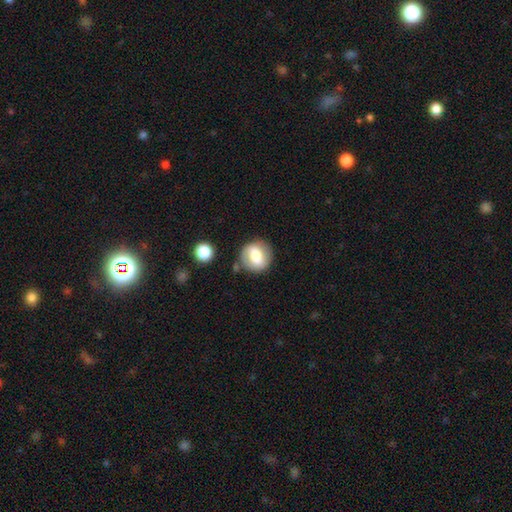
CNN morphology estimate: type=smooth (62%); roundness=round (80%); merging=none (77%).